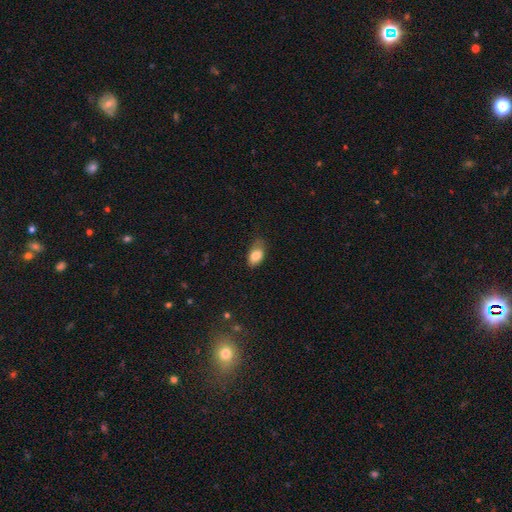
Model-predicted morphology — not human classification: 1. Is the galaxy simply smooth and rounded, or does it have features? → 81% smooth, 12% featured or disk, 8% star or artifact.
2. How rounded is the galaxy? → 90% in between, 8% round, 2% cigar-shaped.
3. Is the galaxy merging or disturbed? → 61% none, 31% minor disturbance, 7% major disturbance, 1% merger.